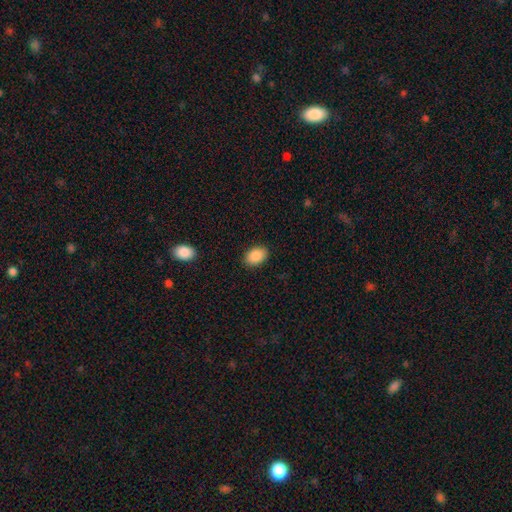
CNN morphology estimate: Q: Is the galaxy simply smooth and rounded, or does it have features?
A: smooth — 89%.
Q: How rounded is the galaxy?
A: in between — 85%.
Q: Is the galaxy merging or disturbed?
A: none — 88%.